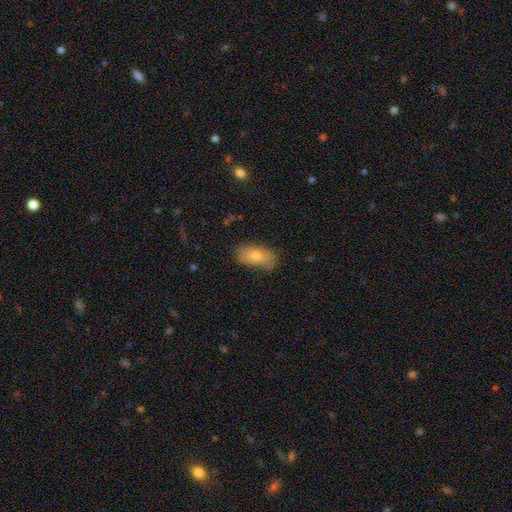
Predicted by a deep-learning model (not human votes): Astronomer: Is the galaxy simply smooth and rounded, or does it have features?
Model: smooth — 72%.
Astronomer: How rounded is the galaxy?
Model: in between — 88%.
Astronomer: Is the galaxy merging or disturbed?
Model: none — 74%.